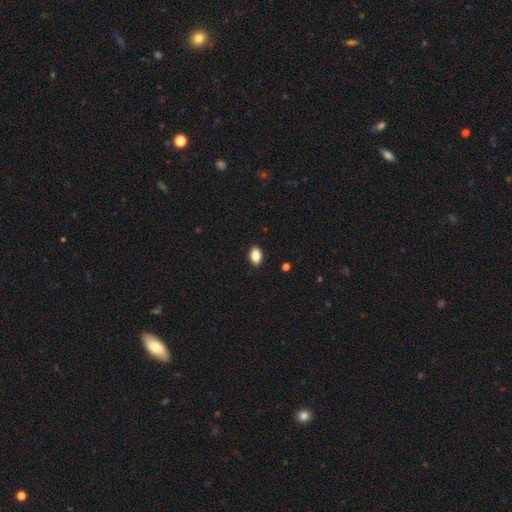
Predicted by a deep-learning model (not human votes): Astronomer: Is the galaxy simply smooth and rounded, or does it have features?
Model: smooth — 85%.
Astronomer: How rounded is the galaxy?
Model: in between — 87%.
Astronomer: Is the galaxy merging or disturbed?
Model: none — 90%.